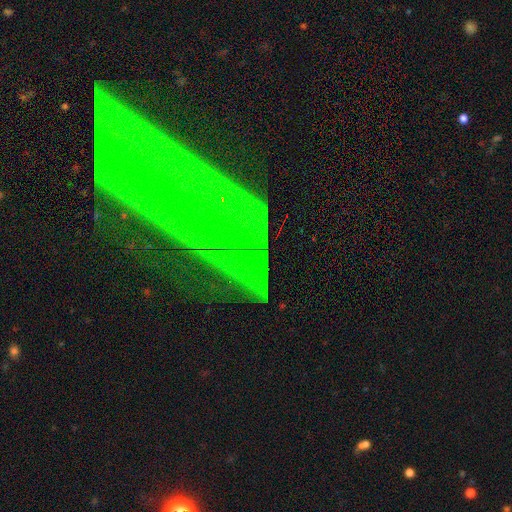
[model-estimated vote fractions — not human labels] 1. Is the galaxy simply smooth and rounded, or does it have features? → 51% star or artifact, 33% featured or disk, 16% smooth.